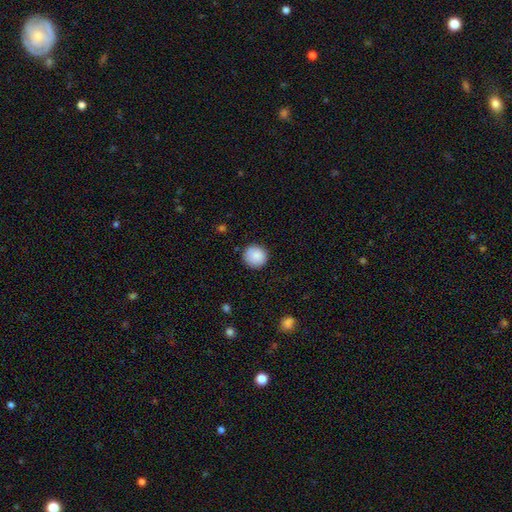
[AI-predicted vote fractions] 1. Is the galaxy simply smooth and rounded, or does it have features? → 88% smooth, 8% star or artifact, 5% featured or disk.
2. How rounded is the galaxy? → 94% round, 6% in between, 1% cigar-shaped.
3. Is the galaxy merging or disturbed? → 89% none, 8% minor disturbance, 2% major disturbance, 1% merger.